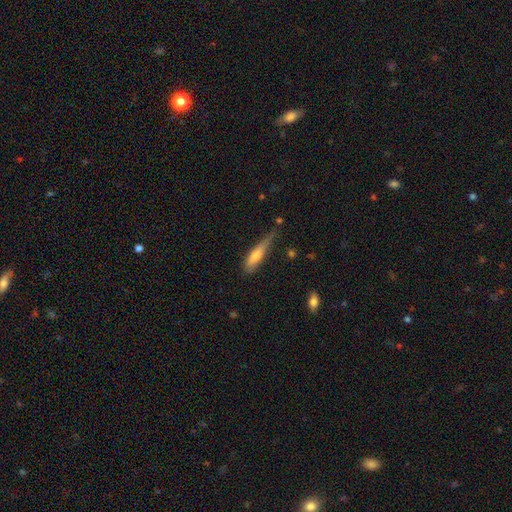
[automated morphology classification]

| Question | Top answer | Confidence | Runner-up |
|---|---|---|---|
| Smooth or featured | smooth | 66% | featured or disk (27%) |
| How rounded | cigar-shaped | 76% | in between (22%) |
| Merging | none | 43% | minor disturbance (38%) |